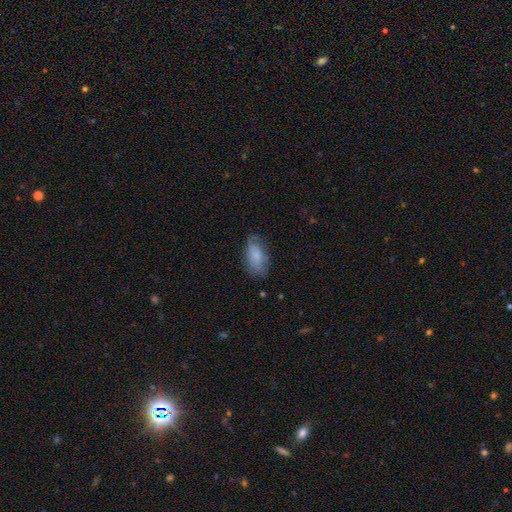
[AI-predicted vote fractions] smooth-or-featured: smooth: 68% | featured or disk: 25% | star or artifact: 8%
  how-rounded: in between: 92% | cigar-shaped: 5% | round: 4%
  merging: none: 57% | minor disturbance: 29% | major disturbance: 12% | merger: 2%